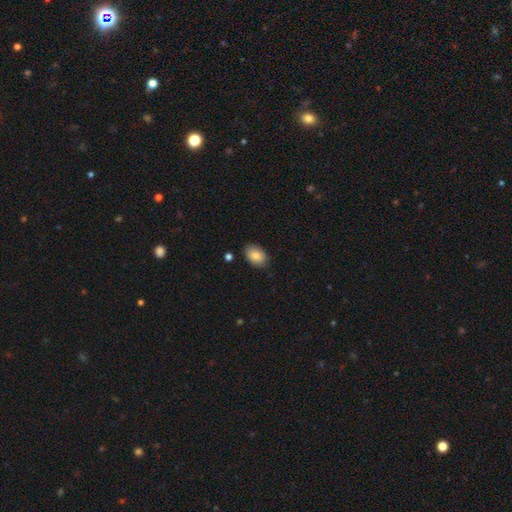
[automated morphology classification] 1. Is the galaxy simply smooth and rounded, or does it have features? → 87% smooth, 7% star or artifact, 6% featured or disk.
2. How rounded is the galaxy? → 85% in between, 14% round, 1% cigar-shaped.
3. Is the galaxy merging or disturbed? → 85% none, 11% minor disturbance, 2% major disturbance, 2% merger.